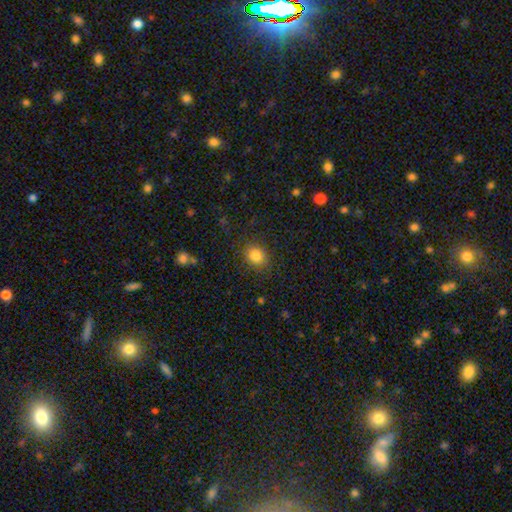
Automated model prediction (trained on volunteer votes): smooth 84%, star or artifact 10%, featured or disk 6%. Down the decision tree: how rounded — round (56%); merging — none (86%).